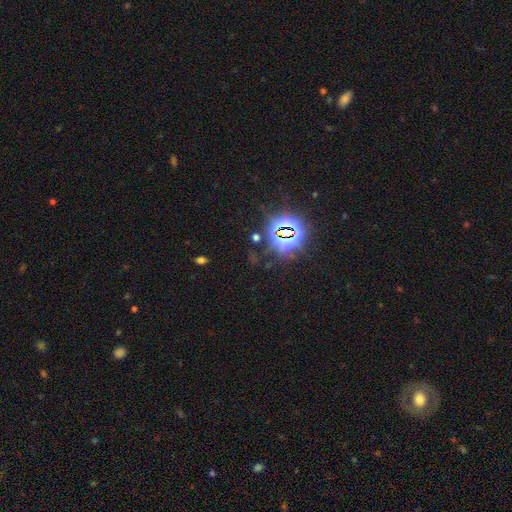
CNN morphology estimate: A star or artifact, not a galaxy (80%).